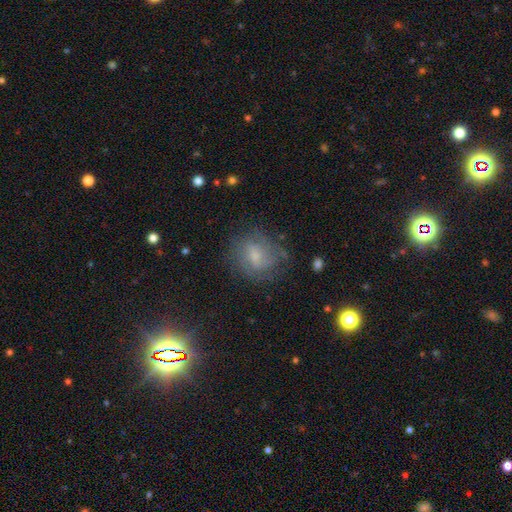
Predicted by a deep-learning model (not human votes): smooth_or_featured: smooth (p=0.48) [alt: featured or disk p=0.39]
merging: none (p=0.62) [alt: minor disturbance p=0.21]